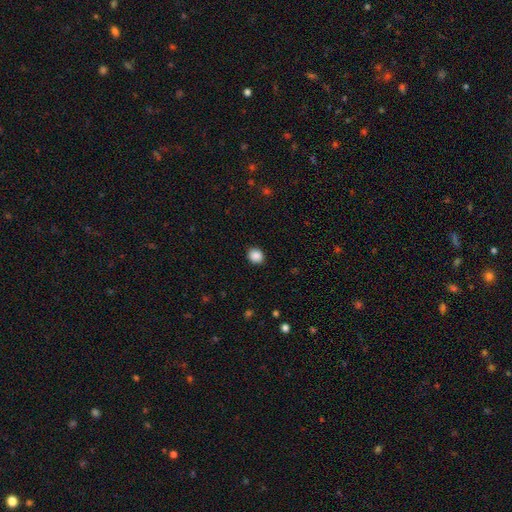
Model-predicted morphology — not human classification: smooth_or_featured: smooth (p=0.88) [alt: star or artifact p=0.09]
how_rounded: round (p=0.69) [alt: in between p=0.31]
merging: none (p=0.90) [alt: minor disturbance p=0.07]